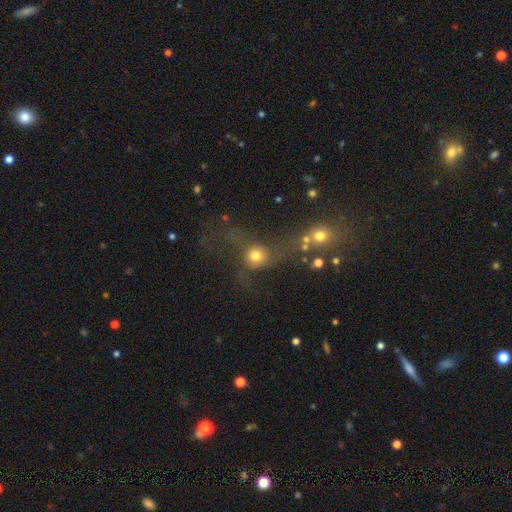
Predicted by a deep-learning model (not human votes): Smooth or featured?
  - smooth: 64% *
  - featured or disk: 18%
  - star or artifact: 18%
How rounded?
  - round: 79% *
  - in between: 18%
  - cigar-shaped: 3%
Merging?
  - none: 39% *
  - major disturbance: 26%
  - merger: 21%
  - minor disturbance: 15%